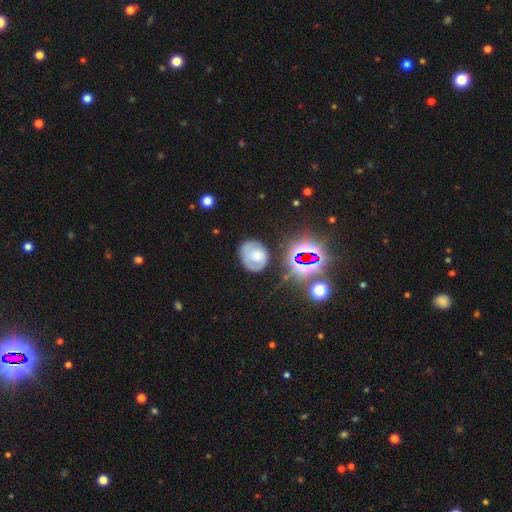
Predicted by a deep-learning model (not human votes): This appears to be a smooth galaxy with no disk features (55%) that is round (57%). Merging: none (62%).